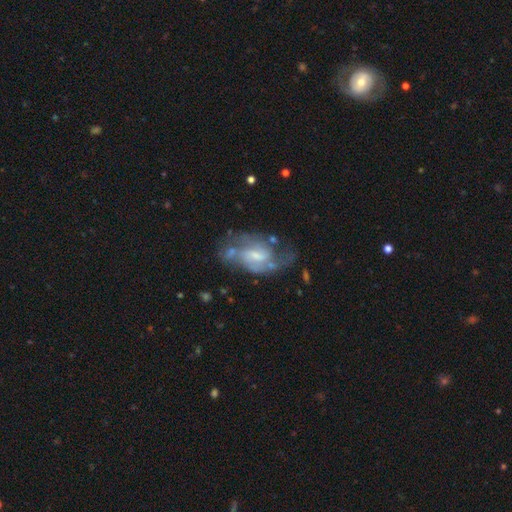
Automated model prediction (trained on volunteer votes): This is clearly a featured or disk galaxy (81%). It is clearly not viewed edge-on (96%). Bar: possibly weak (54%). Spiral arm pattern: clearly yes (91%). Spiral arm count: likely 2 (63%). Spiral winding: possibly medium (51%). Central bulge: marginally small (43%). Merging: possibly none (55%).